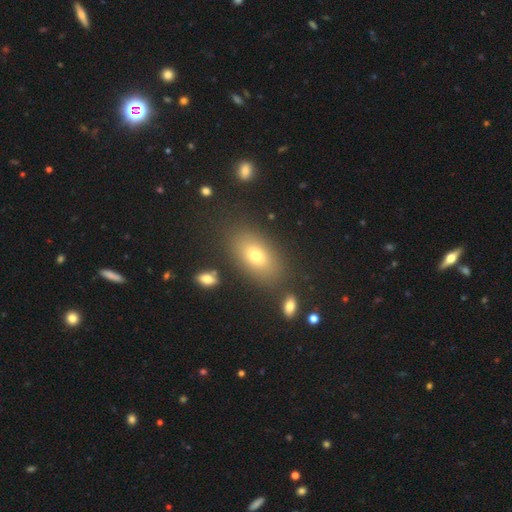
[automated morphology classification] Overall: smooth (70%). How rounded: in between (84%). Merging: none (83%).